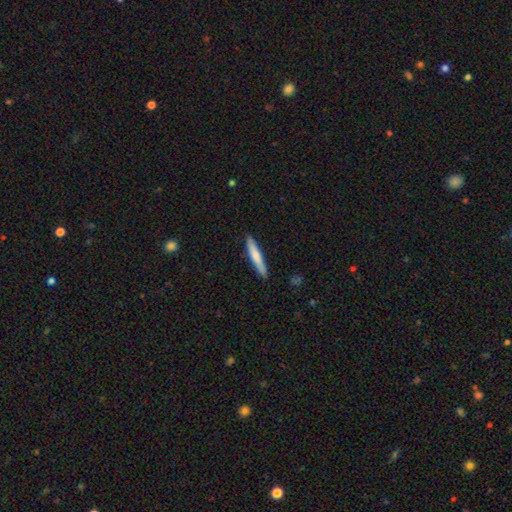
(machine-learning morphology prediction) type=smooth (70%); roundness=cigar-shaped (93%); merging=none (89%).